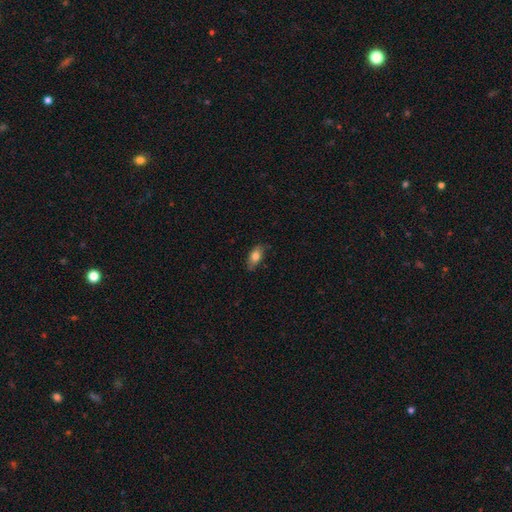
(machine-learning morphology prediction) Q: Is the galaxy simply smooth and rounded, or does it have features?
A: smooth — 78%.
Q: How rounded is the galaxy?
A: in between — 88%.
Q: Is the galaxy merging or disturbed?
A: none — 79%.